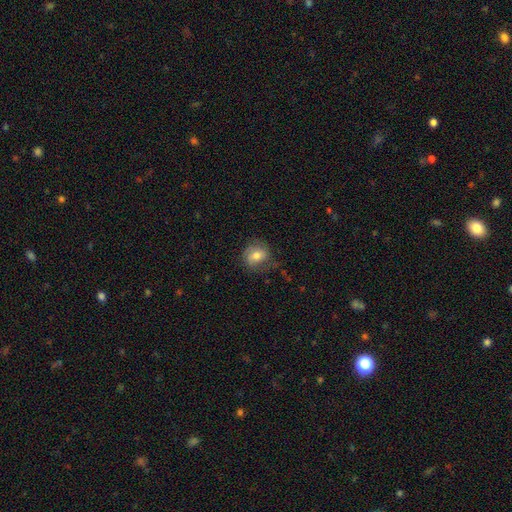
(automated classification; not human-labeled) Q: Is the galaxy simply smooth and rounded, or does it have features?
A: smooth — 63%.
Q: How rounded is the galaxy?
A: round — 70%.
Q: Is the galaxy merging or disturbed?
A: none — 66%.